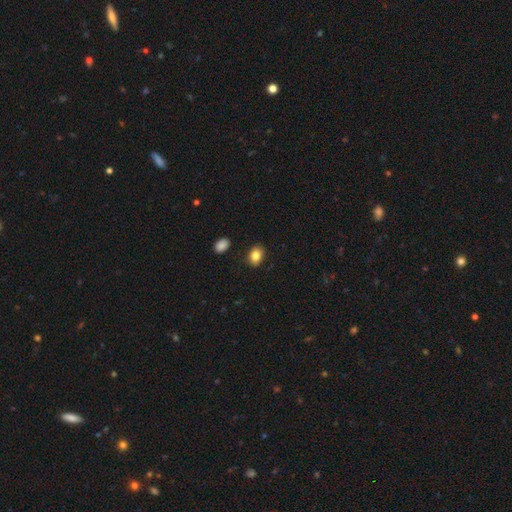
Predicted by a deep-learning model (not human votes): smooth-or-featured: smooth: 85% | star or artifact: 9% | featured or disk: 7%
  how-rounded: in between: 68% | round: 31% | cigar-shaped: 1%
  merging: none: 88% | minor disturbance: 8% | major disturbance: 2% | merger: 2%